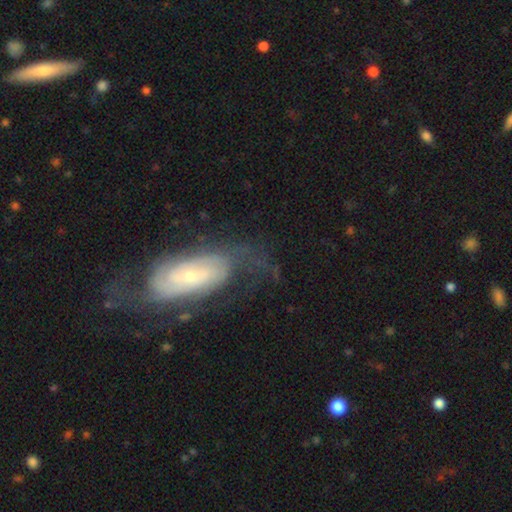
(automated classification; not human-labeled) Q: Smooth or featured?
A: featured or disk (70%); runner-up: smooth (21%)
Q: Edge-on disk?
A: no (88%); runner-up: yes (12%)
Q: Bar?
A: no (62%); runner-up: weak (26%)
Q: Spiral arms?
A: yes (85%); runner-up: no (15%)
Q: Spiral winding?
A: tight (39%); runner-up: medium (38%)
Q: Spiral arm count?
A: 2 (55%); runner-up: can't tell (30%)
Q: Bulge size?
A: small (72%); runner-up: moderate (19%)
Q: Merging?
A: none (63%); runner-up: minor disturbance (18%)